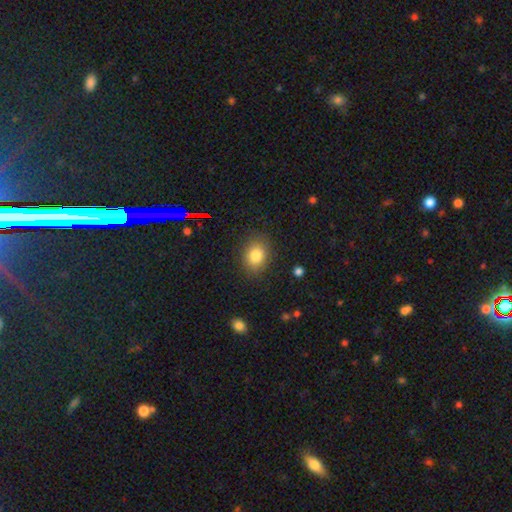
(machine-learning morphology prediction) A smooth galaxy with no disk features (82%) that is in between round and cigar-shaped (59%). Merging: none (85%).